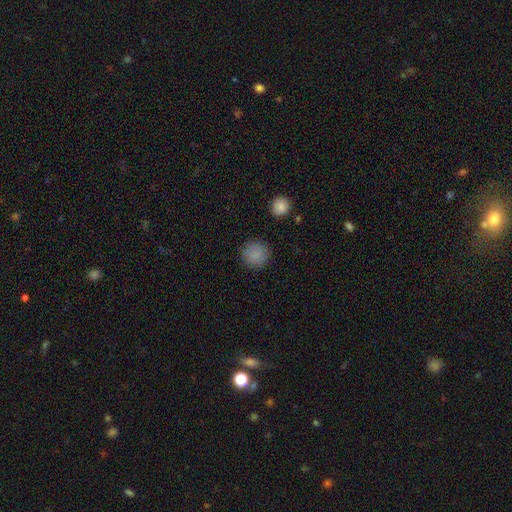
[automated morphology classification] smooth 85%, star or artifact 9%, featured or disk 6%. Down the decision tree: how rounded — round (91%); merging — none (86%).